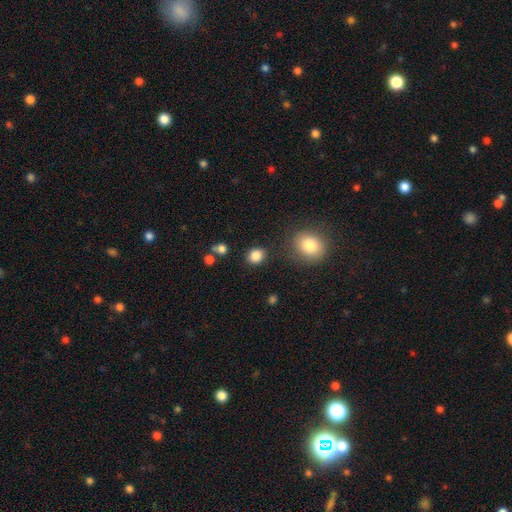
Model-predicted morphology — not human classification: Smooth or featured: smooth — 86% (star or artifact — 10%)
How rounded: round — 71% (in between — 28%)
Merging: none — 85% (minor disturbance — 9%)